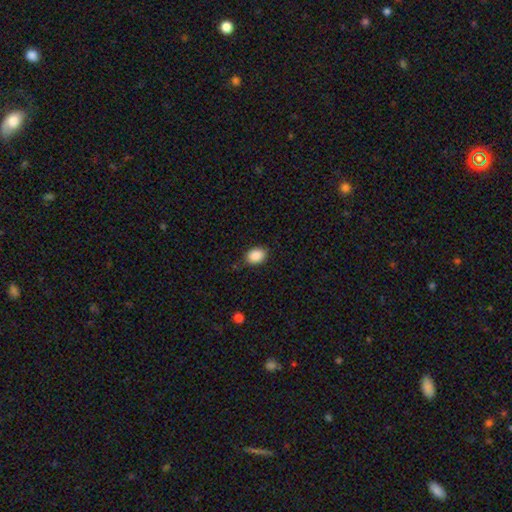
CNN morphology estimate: A smooth galaxy with no disk features (89%) that is in between round and cigar-shaped (70%). Merging: none (81%).